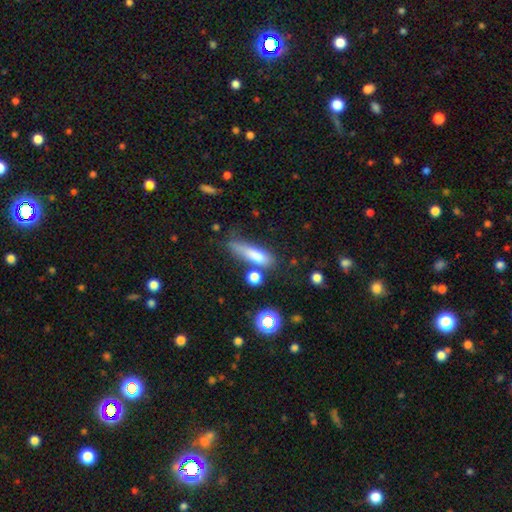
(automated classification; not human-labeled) Smooth or featured?
  - smooth: 73% *
  - featured or disk: 16%
  - star or artifact: 11%
How rounded?
  - cigar-shaped: 60% *
  - in between: 36%
  - round: 4%
Merging?
  - none: 47% *
  - minor disturbance: 27%
  - major disturbance: 14%
  - merger: 12%